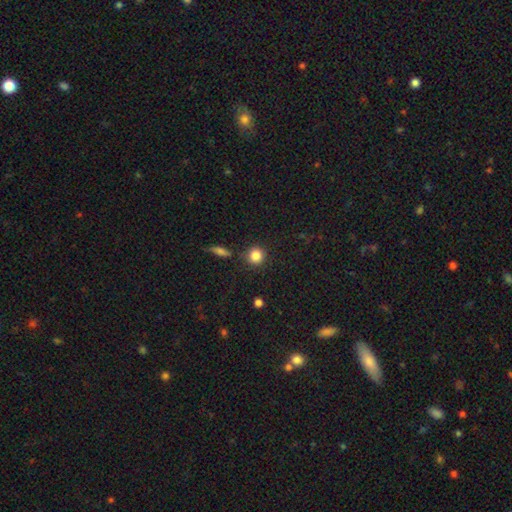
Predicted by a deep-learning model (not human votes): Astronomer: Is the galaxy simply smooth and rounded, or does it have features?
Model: smooth — 84%.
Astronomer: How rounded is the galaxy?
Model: round — 91%.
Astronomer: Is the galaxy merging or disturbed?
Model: none — 85%.